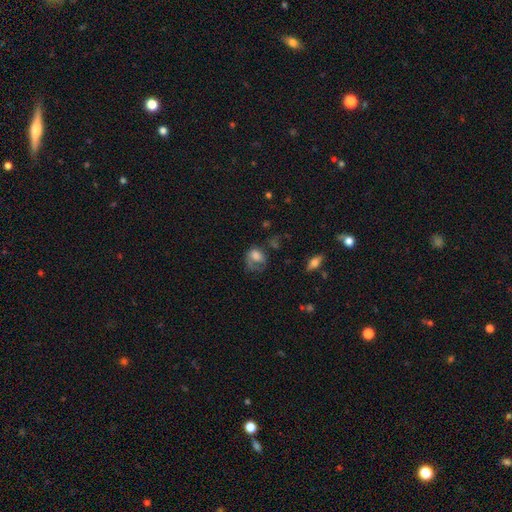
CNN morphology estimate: This is possibly a smooth galaxy (59%). How rounded: likely in between (62%). Merging: marginally major disturbance (43%).